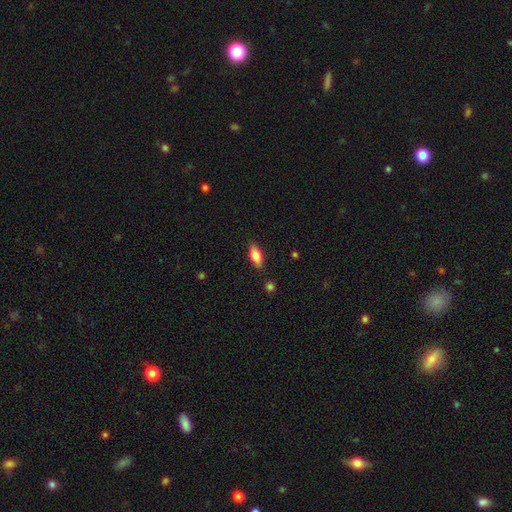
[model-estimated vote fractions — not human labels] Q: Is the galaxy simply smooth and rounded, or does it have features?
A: smooth — 75%.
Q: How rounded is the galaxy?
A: in between — 78%.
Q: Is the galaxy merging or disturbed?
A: none — 86%.